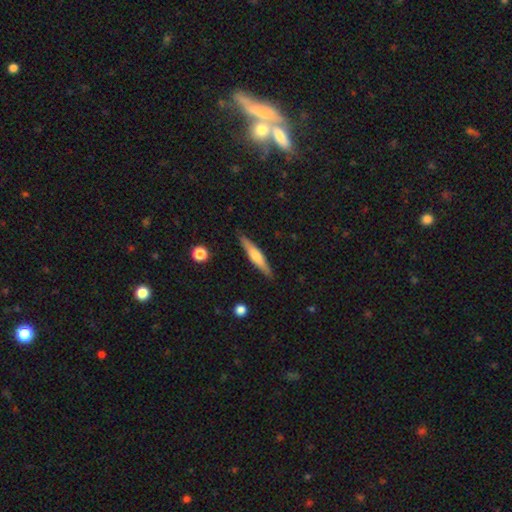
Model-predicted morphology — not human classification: smooth 51%, featured or disk 44%, star or artifact 6%. Down the decision tree: how rounded — cigar-shaped (90%); merging — none (88%).